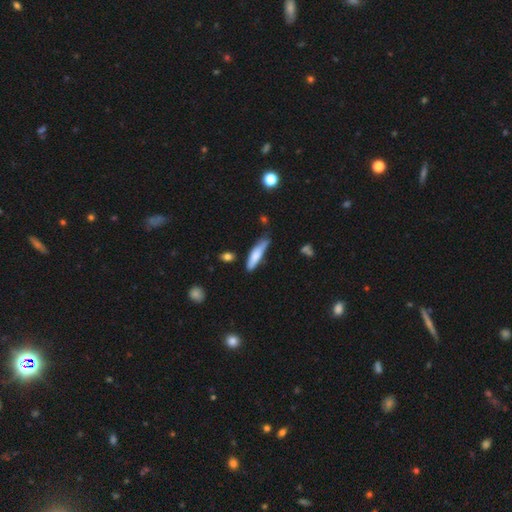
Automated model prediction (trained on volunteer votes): Overall: smooth (72%). How rounded: cigar-shaped (73%). Merging: none (56%; minor disturbance 32%).